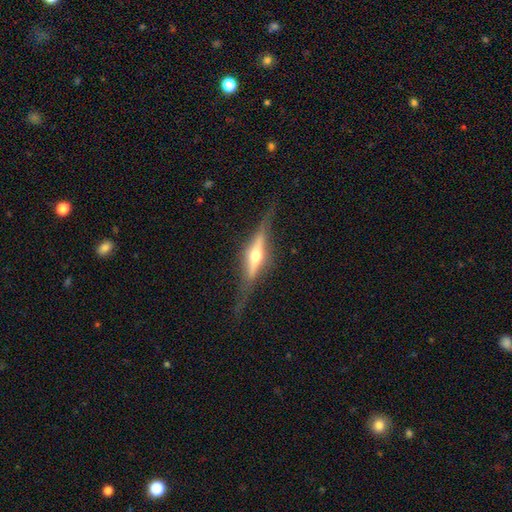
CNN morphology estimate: smooth-or-featured: featured or disk: 78% | smooth: 17% | star or artifact: 6%
  disk-edge-on: yes: 96% | no: 4%
    edge-on-bulge: rounded: 91% | boxy: 6% | none: 3%
  merging: none: 79% | minor disturbance: 14% | major disturbance: 5% | merger: 1%